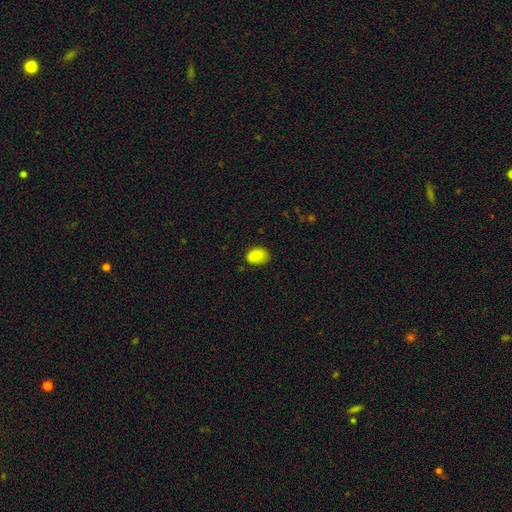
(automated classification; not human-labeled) smooth 87%, star or artifact 9%, featured or disk 4%. Down the decision tree: how rounded — in between (78%); merging — none (77%).